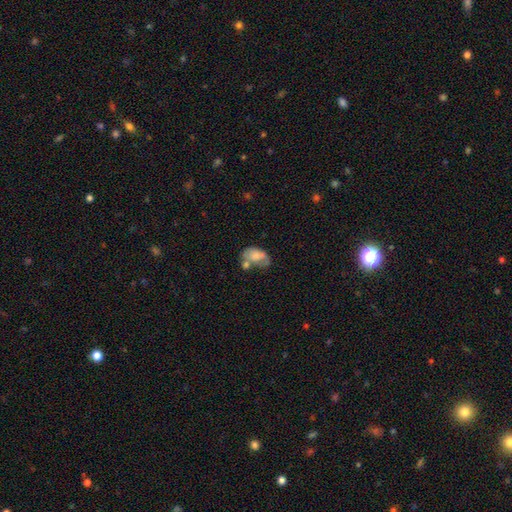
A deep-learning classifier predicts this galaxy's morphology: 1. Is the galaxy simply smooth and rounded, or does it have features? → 63% smooth, 29% featured or disk, 9% star or artifact.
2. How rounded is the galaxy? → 87% in between, 12% round, 2% cigar-shaped.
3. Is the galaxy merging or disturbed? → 28% merger, 24% none, 24% minor disturbance, 23% major disturbance.